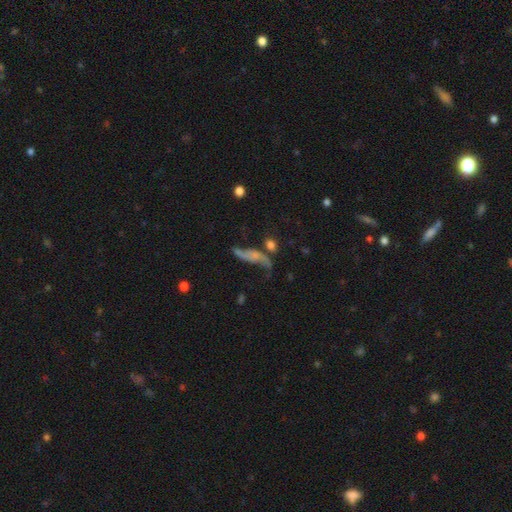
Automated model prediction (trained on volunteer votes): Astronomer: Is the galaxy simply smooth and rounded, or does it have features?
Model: featured or disk — 57%.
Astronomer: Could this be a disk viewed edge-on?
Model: no — 76%.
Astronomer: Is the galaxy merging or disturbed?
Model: none — 40% (runner-up: major disturbance, 23%).